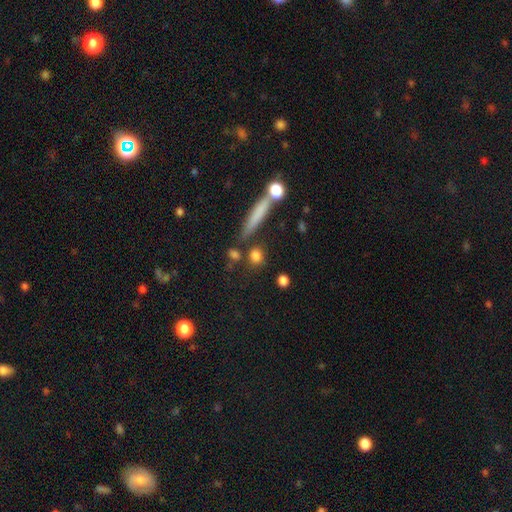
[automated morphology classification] Smooth or featured: smooth — 79% (featured or disk — 10%)
How rounded: round — 62% (in between — 20%)
Merging: none — 74% (minor disturbance — 11%)